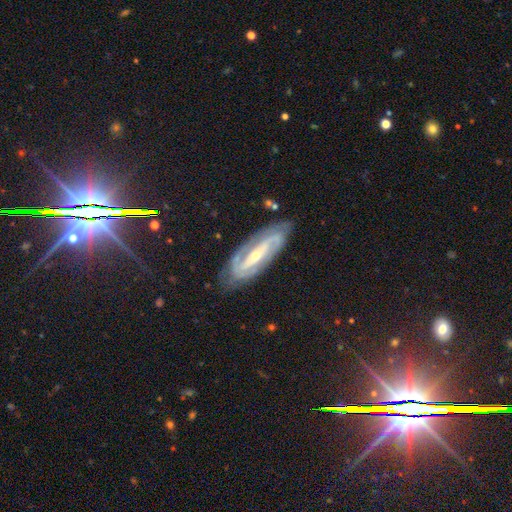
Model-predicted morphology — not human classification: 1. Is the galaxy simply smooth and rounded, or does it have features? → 87% featured or disk, 7% smooth, 5% star or artifact.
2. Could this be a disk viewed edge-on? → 90% no, 10% yes.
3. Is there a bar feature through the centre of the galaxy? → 48% strong, 29% weak, 24% no.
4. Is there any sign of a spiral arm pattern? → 95% yes, 5% no.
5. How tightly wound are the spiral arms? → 49% tight, 39% medium, 13% loose.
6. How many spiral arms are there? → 80% 2, 9% can't tell, 5% 3, 2% 1, 2% 4, 2% more than 4.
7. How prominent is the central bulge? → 61% small, 36% moderate, 1% large, 1% none, 1% dominant.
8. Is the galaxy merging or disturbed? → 78% none, 16% minor disturbance, 5% major disturbance, 1% merger.